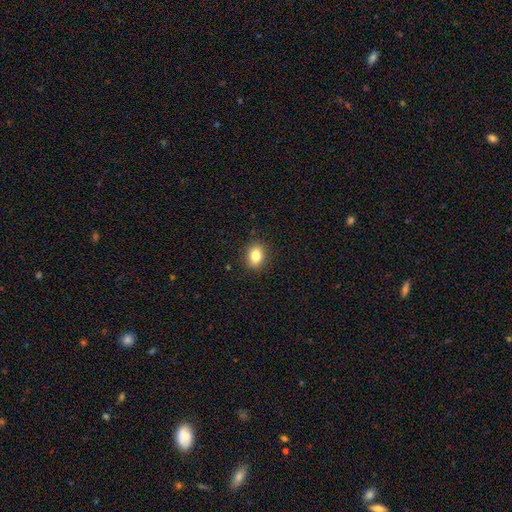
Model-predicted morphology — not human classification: smooth_or_featured: smooth (p=0.84) [alt: star or artifact p=0.10]
how_rounded: in between (p=0.58) [alt: round p=0.41]
merging: none (p=0.88) [alt: minor disturbance p=0.09]